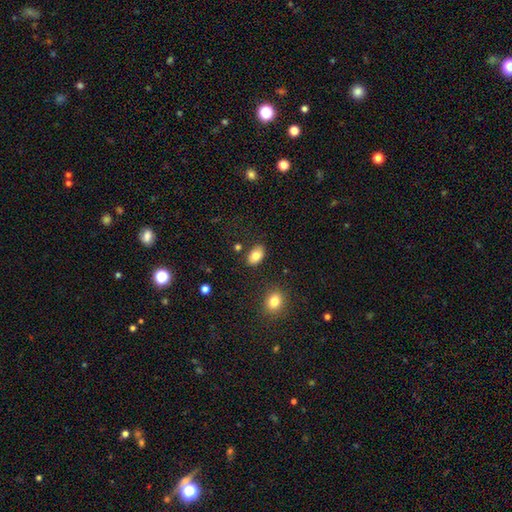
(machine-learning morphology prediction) Smooth or featured? Predicted: smooth (p=0.80). How rounded? Predicted: in between (p=0.90). Merging? Predicted: none (p=0.84).